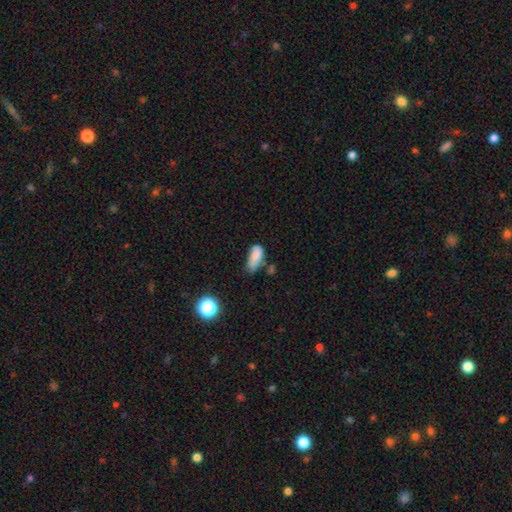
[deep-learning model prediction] smooth_or_featured: smooth (p=0.79) [alt: featured or disk p=0.11]
how_rounded: in between (p=0.84) [alt: cigar-shaped p=0.11]
merging: minor disturbance (p=0.39) [alt: none p=0.35]